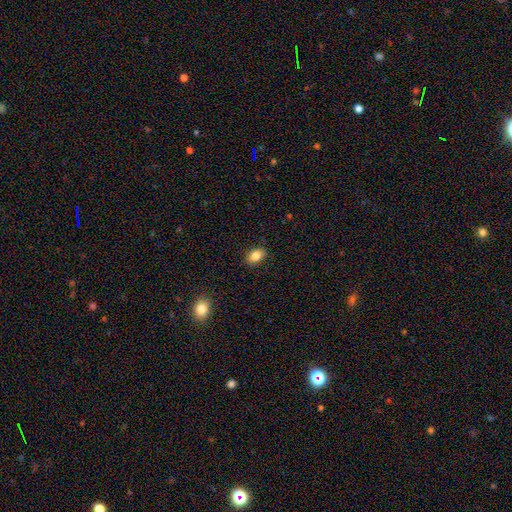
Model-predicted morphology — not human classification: Q: Smooth or featured?
A: smooth (84%); runner-up: star or artifact (9%)
Q: How rounded?
A: in between (83%); runner-up: round (15%)
Q: Merging?
A: none (87%); runner-up: minor disturbance (10%)